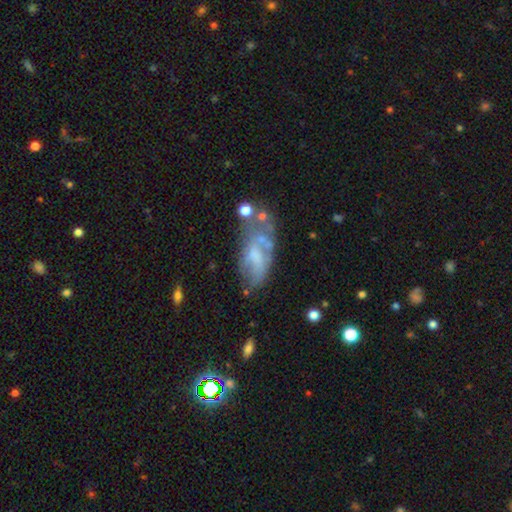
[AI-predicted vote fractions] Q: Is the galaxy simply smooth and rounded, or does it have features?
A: featured or disk — 55%.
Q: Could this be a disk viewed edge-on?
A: no — 90%.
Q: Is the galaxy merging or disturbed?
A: none — 39%.